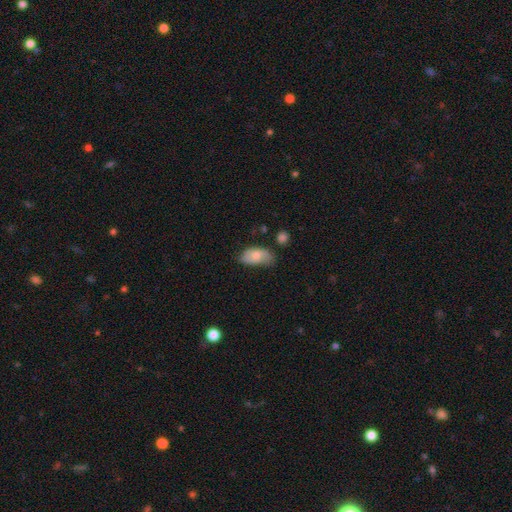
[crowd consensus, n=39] Smooth or featured? smooth (82%)
How rounded? in between (94%)
Merging? none (62%)